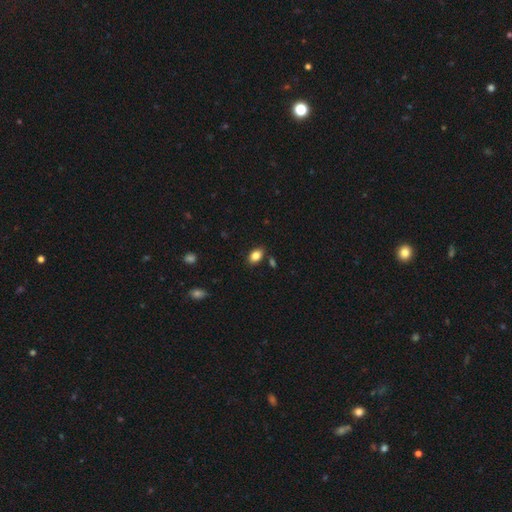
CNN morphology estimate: This appears to be a smooth galaxy with no disk features (84%) that is in between round and cigar-shaped (86%). Merging: none (82%).